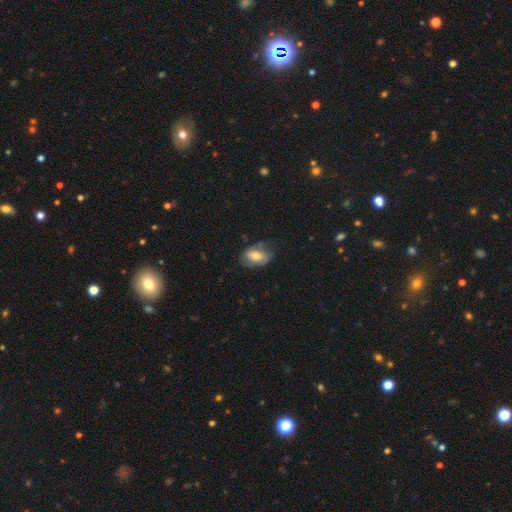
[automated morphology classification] smooth_or_featured: smooth (p=0.61) [alt: featured or disk p=0.31]
how_rounded: in between (p=0.87) [alt: round p=0.11]
merging: none (p=0.52) [alt: minor disturbance p=0.30]